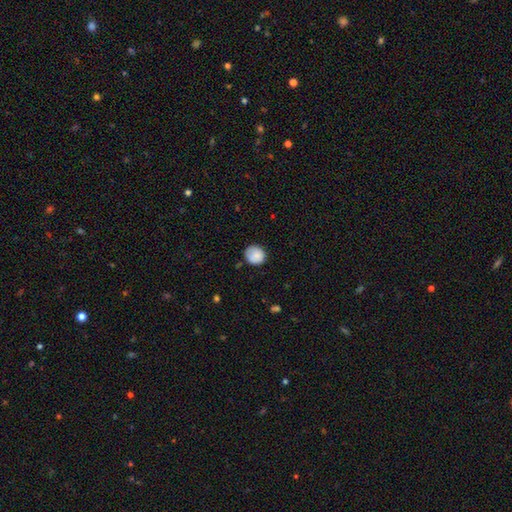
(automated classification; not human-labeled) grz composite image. It shows a smooth galaxy with no disk features (85%) that is round (83%). Merging: none (75%).